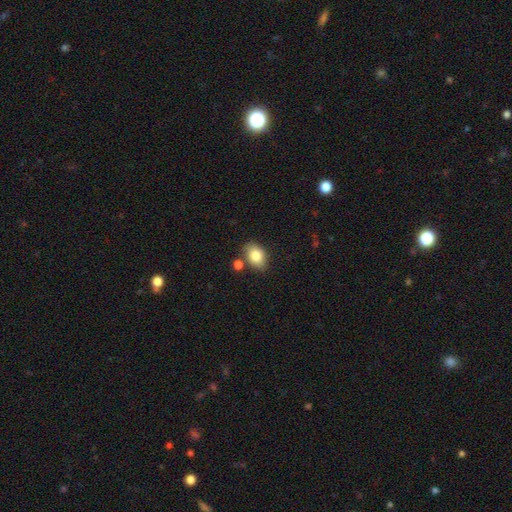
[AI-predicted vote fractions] This appears to be a smooth galaxy with no disk features (84%) that is in between round and cigar-shaped (79%). Merging: none (73%).